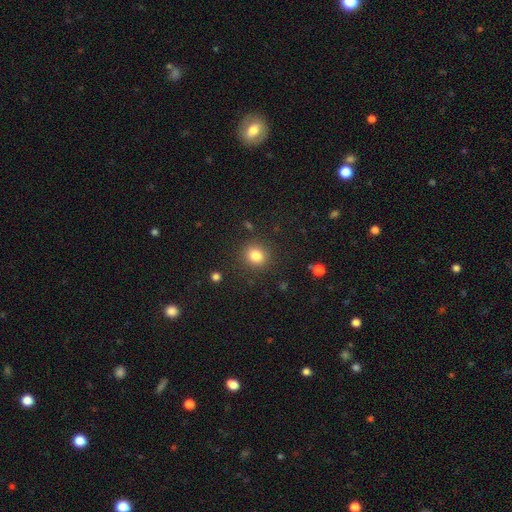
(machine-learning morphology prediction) A smooth galaxy with no disk features (82%) that is round (86%).

Vote fractions:
- Smooth or featured? smooth: 82% / star or artifact: 12% / featured or disk: 6%
- How rounded? round: 86% / in between: 13% / cigar-shaped: 1%
- Merging? none: 89% / minor disturbance: 7% / major disturbance: 3% / merger: 1%